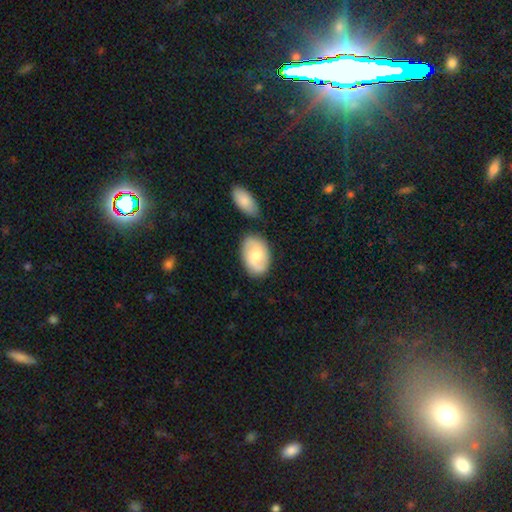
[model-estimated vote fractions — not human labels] This is possibly a smooth galaxy (50%). Merging: likely none (70%).